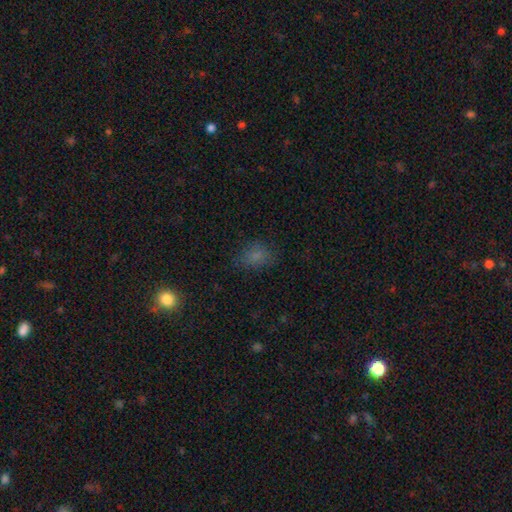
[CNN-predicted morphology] Q: Smooth or featured?
A: smooth (73%); runner-up: star or artifact (19%)
Q: How rounded?
A: in between (69%); runner-up: round (29%)
Q: Merging?
A: none (71%); runner-up: minor disturbance (20%)